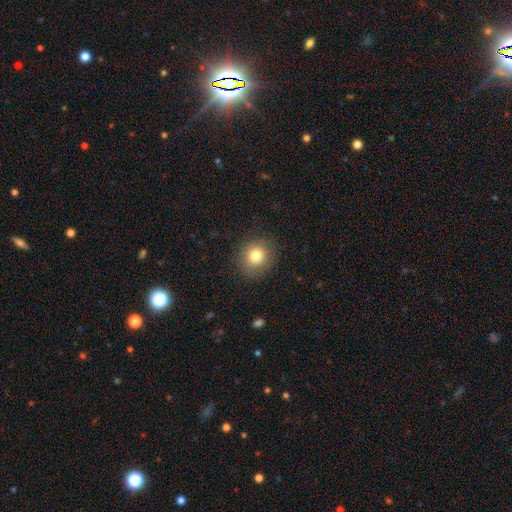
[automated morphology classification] Smooth or featured?
  - smooth: 81% *
  - star or artifact: 11%
  - featured or disk: 8%
How rounded?
  - round: 85% *
  - in between: 14%
  - cigar-shaped: 1%
Merging?
  - none: 87% *
  - minor disturbance: 9%
  - major disturbance: 3%
  - merger: 1%